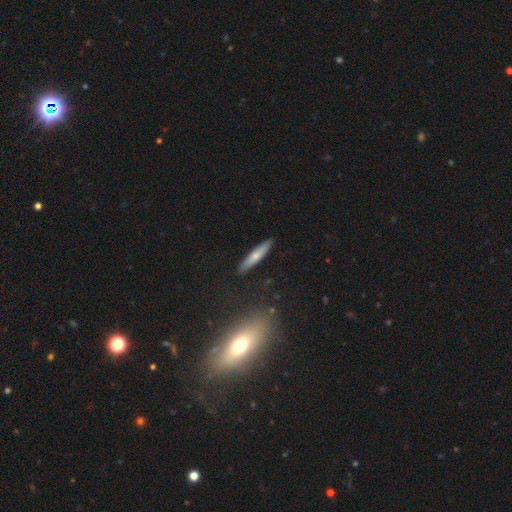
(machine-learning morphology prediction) This is likely a smooth galaxy (64%). How rounded: clearly cigar-shaped (89%). Merging: clearly none (90%).